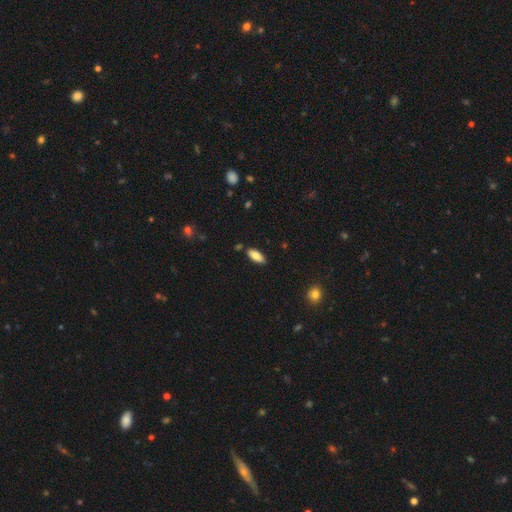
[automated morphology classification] Smooth or featured?
  - smooth: 81% *
  - featured or disk: 12%
  - star or artifact: 7%
How rounded?
  - in between: 81% *
  - cigar-shaped: 18%
  - round: 2%
Merging?
  - none: 84% *
  - minor disturbance: 11%
  - merger: 3%
  - major disturbance: 2%